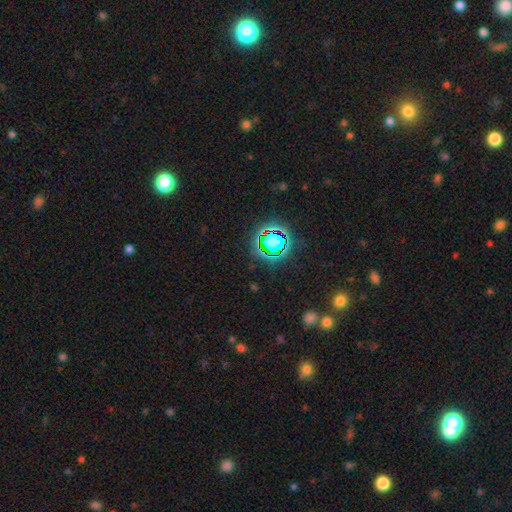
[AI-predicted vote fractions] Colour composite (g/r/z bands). It shows a star or artifact, not a galaxy (76%).